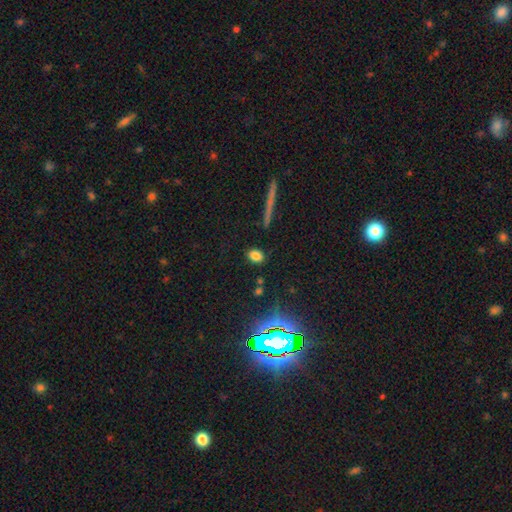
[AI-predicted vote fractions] Smooth or featured?
  - smooth: 81% *
  - star or artifact: 12%
  - featured or disk: 8%
How rounded?
  - in between: 69% *
  - round: 27%
  - cigar-shaped: 3%
Merging?
  - none: 86% *
  - minor disturbance: 9%
  - major disturbance: 3%
  - merger: 2%